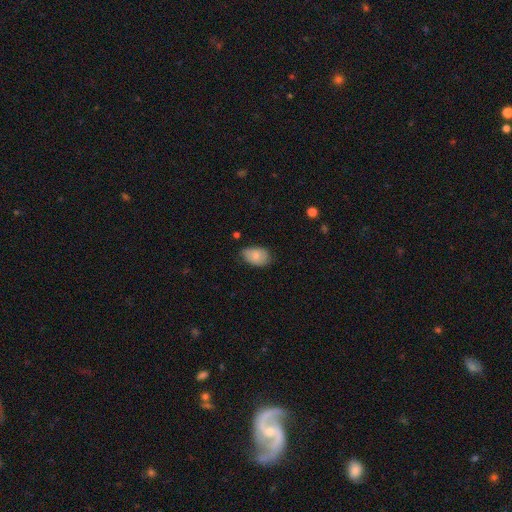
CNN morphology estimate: smooth 77%, featured or disk 16%, star or artifact 7%. Down the decision tree: how rounded — in between (87%); merging — none (64%).